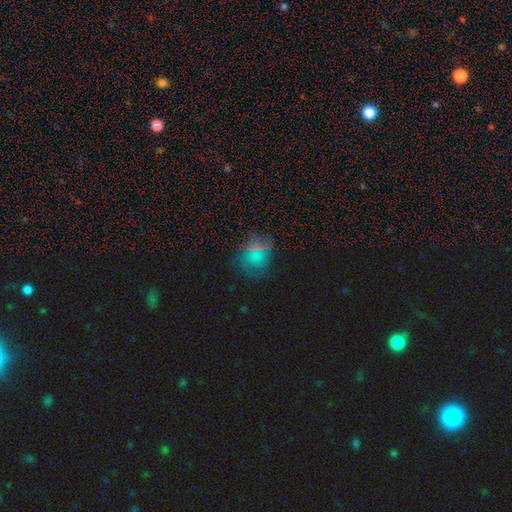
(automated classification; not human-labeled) The model was most divided on "smooth or featured": smooth: 52%, star or artifact: 30%, featured or disk: 17%. More confident: how rounded — round (76%); merging — none (73%).